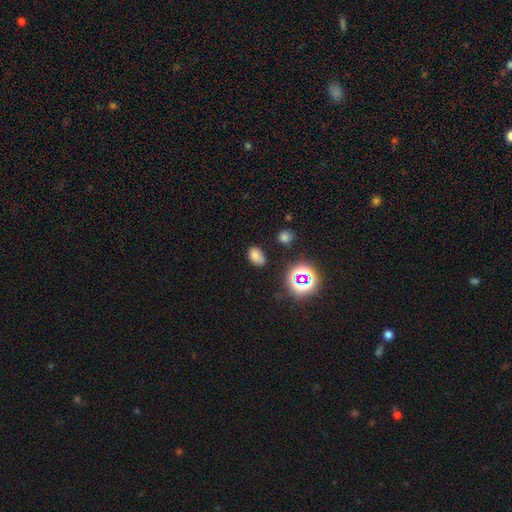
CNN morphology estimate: smooth 71%, star or artifact 22%, featured or disk 7%. Down the decision tree: how rounded — in between (85%); merging — none (76%).